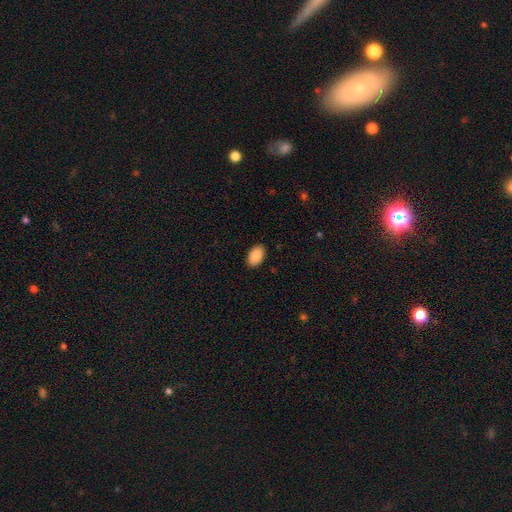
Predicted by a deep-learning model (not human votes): This appears to be a smooth galaxy with no disk features (88%) that is in between round and cigar-shaped (93%). Merging: none (89%).